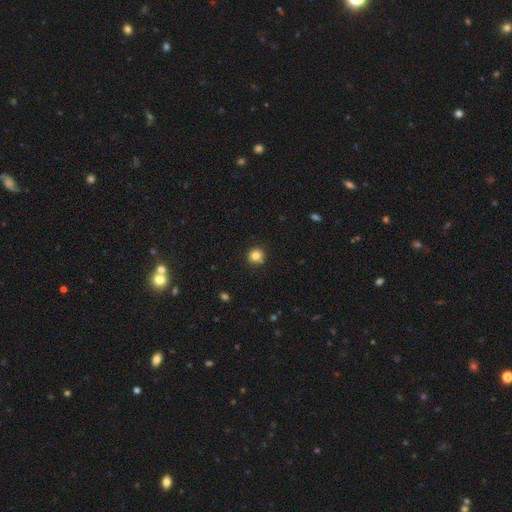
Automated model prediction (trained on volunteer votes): Q: Smooth or featured?
A: smooth (82%); runner-up: star or artifact (12%)
Q: How rounded?
A: round (91%); runner-up: in between (8%)
Q: Merging?
A: none (84%); runner-up: minor disturbance (10%)